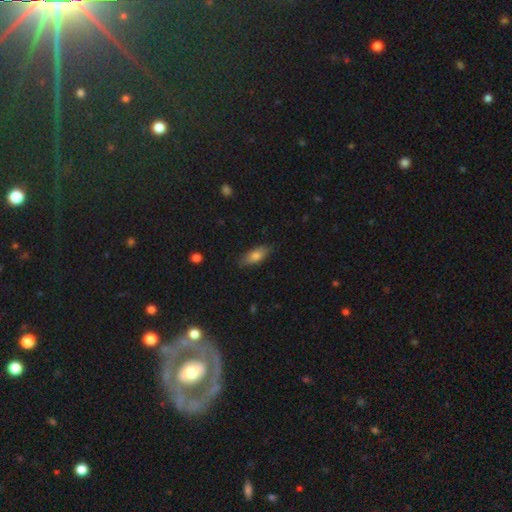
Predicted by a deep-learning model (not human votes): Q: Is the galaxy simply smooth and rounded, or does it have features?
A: smooth — 75%.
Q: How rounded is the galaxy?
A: in between — 78%.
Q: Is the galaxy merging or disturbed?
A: none — 82%.